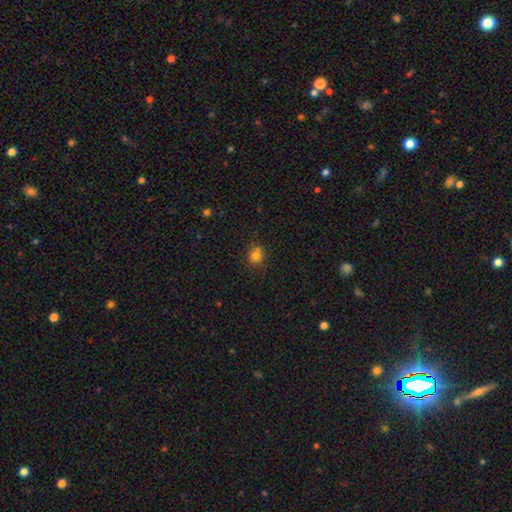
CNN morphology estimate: The model was most divided on "merging": none: 75%, minor disturbance: 14%, merger: 8%, major disturbance: 3%. More confident: how rounded — round (86%); smooth or featured — smooth (80%).